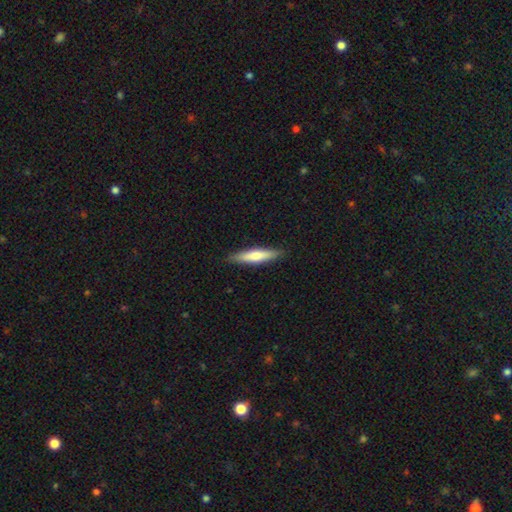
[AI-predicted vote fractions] smooth-or-featured: smooth: 60% | featured or disk: 35% | star or artifact: 5%
  how-rounded: cigar-shaped: 84% | in between: 14% | round: 1%
  merging: none: 89% | minor disturbance: 8% | major disturbance: 2% | merger: 1%